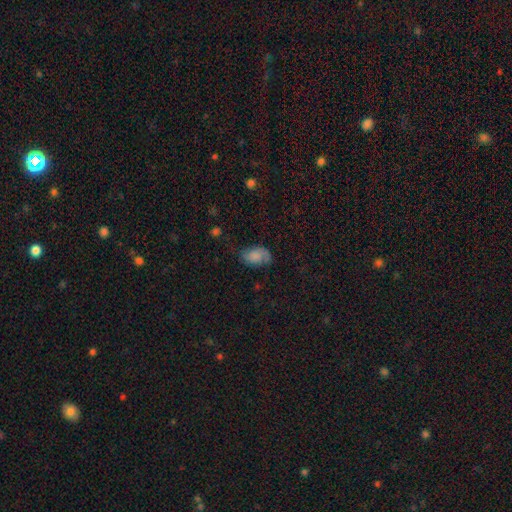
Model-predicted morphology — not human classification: Smooth or featured? smooth (67%)
How rounded? in between (88%)
Merging? none (54%)